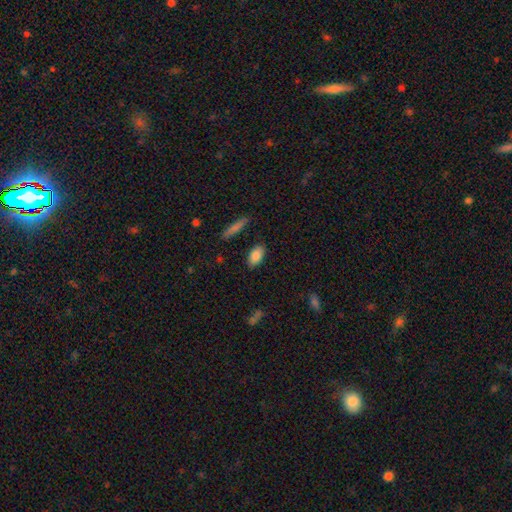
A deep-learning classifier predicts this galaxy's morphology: Q: Smooth or featured?
A: smooth (86%); runner-up: featured or disk (7%)
Q: How rounded?
A: in between (91%); runner-up: cigar-shaped (5%)
Q: Merging?
A: none (86%); runner-up: minor disturbance (10%)